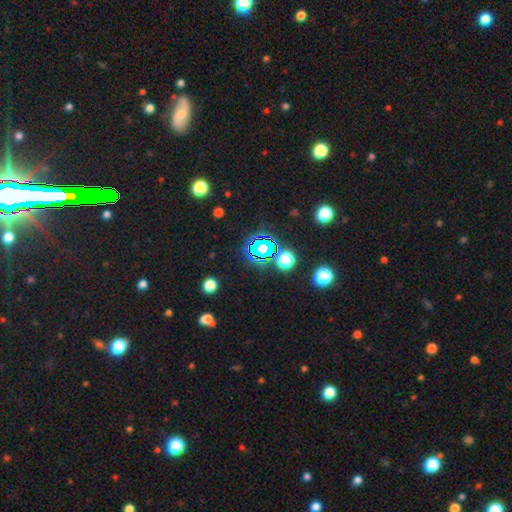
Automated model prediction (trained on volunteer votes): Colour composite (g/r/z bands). It shows a star or artifact, not a galaxy (78%).